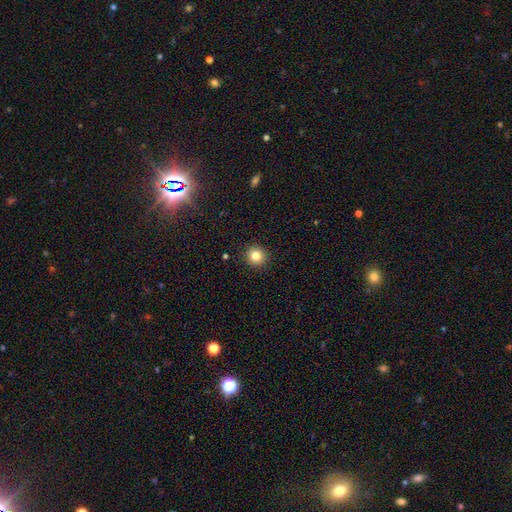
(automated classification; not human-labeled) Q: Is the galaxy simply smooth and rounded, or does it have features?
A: smooth — 83%.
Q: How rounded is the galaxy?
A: round — 93%.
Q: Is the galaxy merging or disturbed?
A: none — 92%.